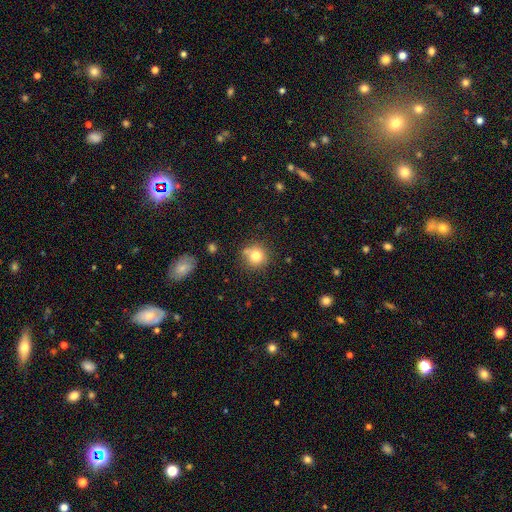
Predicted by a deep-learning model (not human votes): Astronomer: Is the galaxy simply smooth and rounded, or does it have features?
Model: smooth — 79%.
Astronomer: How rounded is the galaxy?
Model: round — 92%.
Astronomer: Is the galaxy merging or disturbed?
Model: none — 74%.